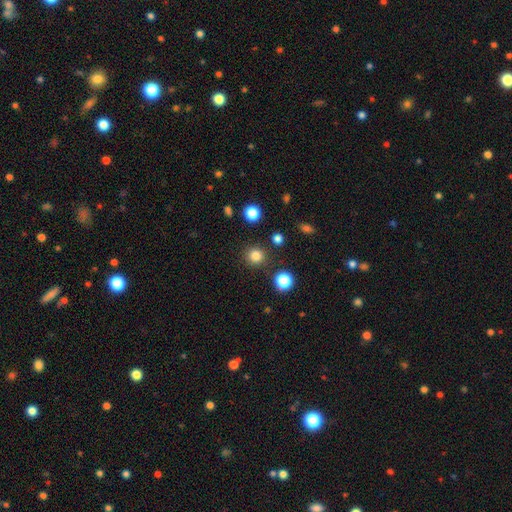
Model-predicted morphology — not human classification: type=smooth (82%); roundness=round (93%); merging=none (88%).